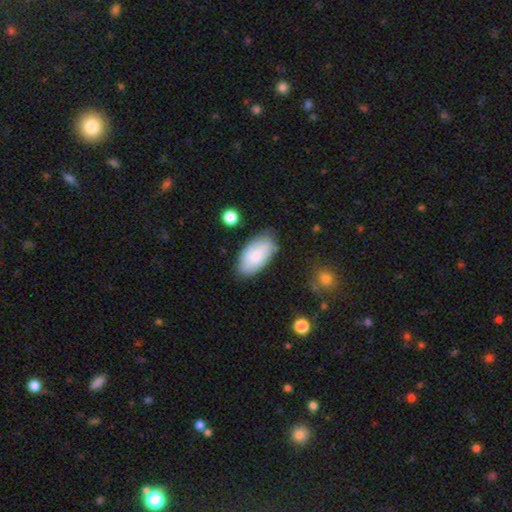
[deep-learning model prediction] Smooth or featured? Predicted: smooth (p=0.76). How rounded? Predicted: in between (p=0.95). Merging? Predicted: none (p=0.77).